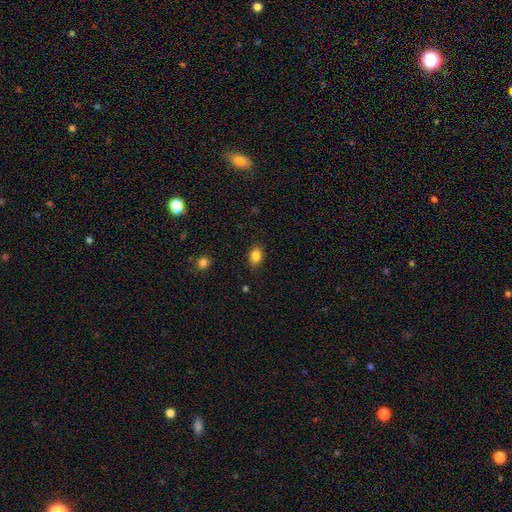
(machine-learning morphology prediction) A smooth galaxy with no disk features (85%) that is in between round and cigar-shaped (68%). Merging: none (86%).